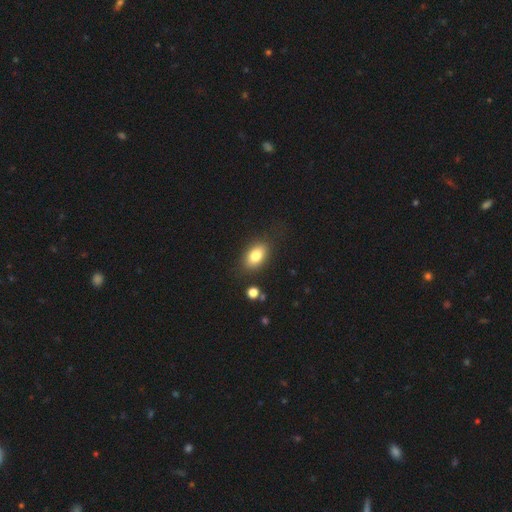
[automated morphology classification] Smooth or featured?
  - smooth: 80% *
  - featured or disk: 12%
  - star or artifact: 9%
How rounded?
  - in between: 85% *
  - round: 13%
  - cigar-shaped: 2%
Merging?
  - none: 82% *
  - minor disturbance: 11%
  - major disturbance: 4%
  - merger: 3%